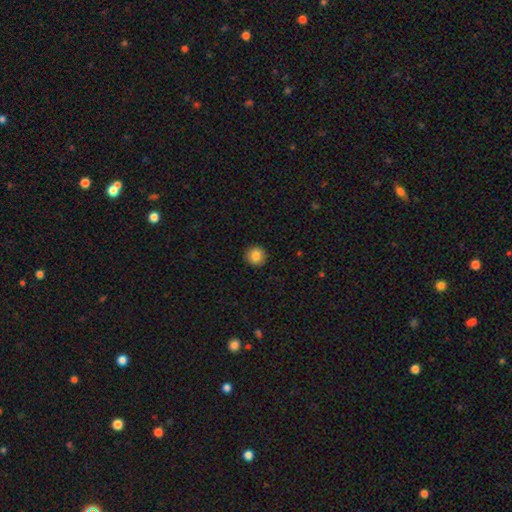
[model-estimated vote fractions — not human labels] The model was most divided on "smooth or featured": smooth: 84%, star or artifact: 9%, featured or disk: 8%. More confident: how rounded — round (92%); merging — none (91%).